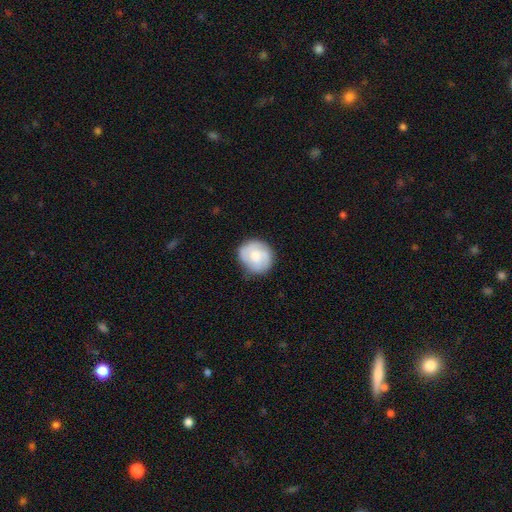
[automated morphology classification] Overall: smooth (55%; featured or disk 38%). How rounded: round (83%). Merging: none (76%).